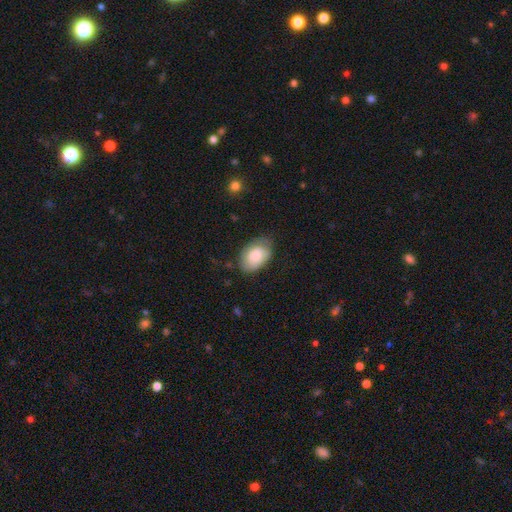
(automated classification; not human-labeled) Smooth or featured? smooth (74%)
How rounded? in between (89%)
Merging? none (66%)